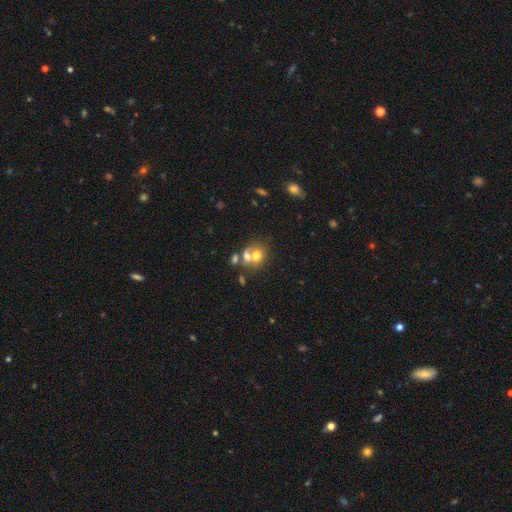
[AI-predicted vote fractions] Smooth or featured? Predicted: smooth (p=0.64). How rounded? Predicted: round (p=0.62). Merging? Predicted: merger (p=0.53).